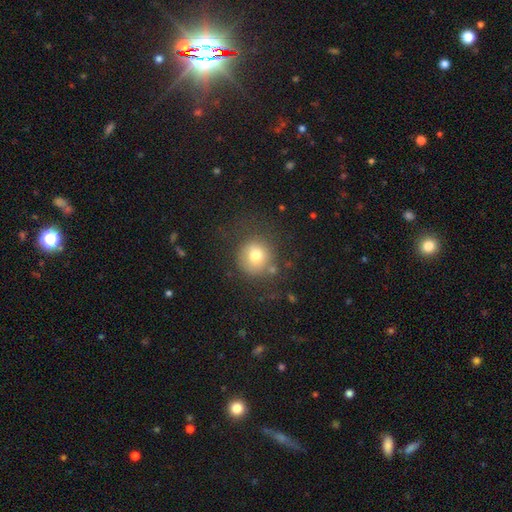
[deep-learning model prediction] smooth 73%, featured or disk 15%, star or artifact 12%. Down the decision tree: how rounded — round (91%); merging — none (70%).